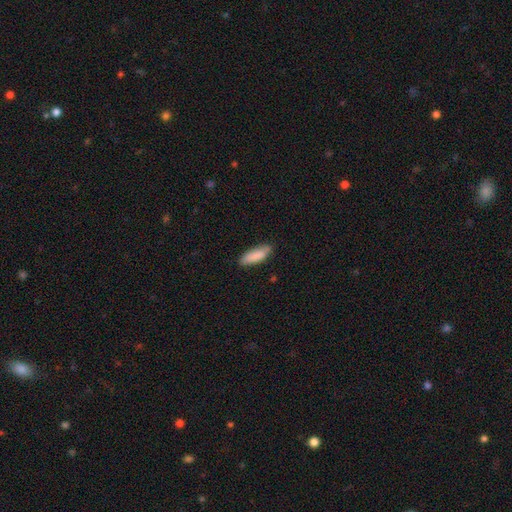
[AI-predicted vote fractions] smooth 86%, featured or disk 8%, star or artifact 6%. Down the decision tree: how rounded — in between (59%); merging — none (77%).